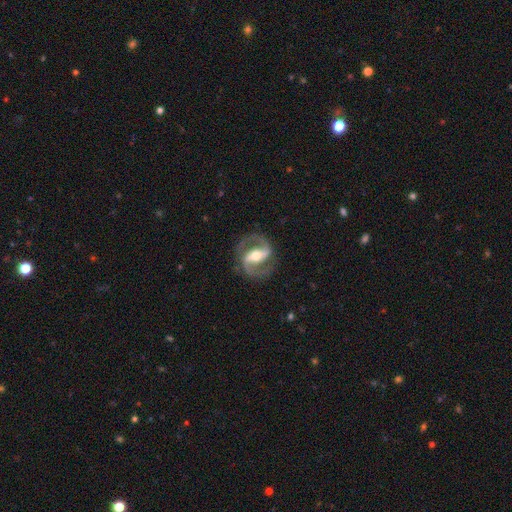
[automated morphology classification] featured or disk 91%, smooth 5%, star or artifact 4%. Down the decision tree: edge-on disk — no (97%); bar — strong (55%); spiral arms — yes (97%); spiral arm count — 2 (94%); spiral winding — medium (61%); bulge size — moderate (69%); merging — none (83%).